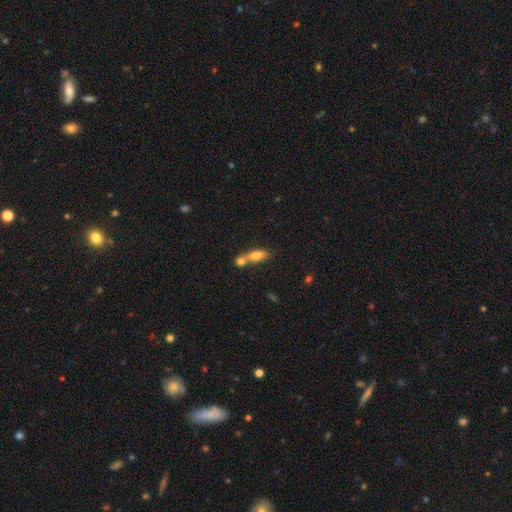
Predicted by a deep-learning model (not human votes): Q: Smooth or featured?
A: smooth (71%); runner-up: featured or disk (22%)
Q: How rounded?
A: in between (63%); runner-up: cigar-shaped (32%)
Q: Merging?
A: merger (53%); runner-up: none (34%)